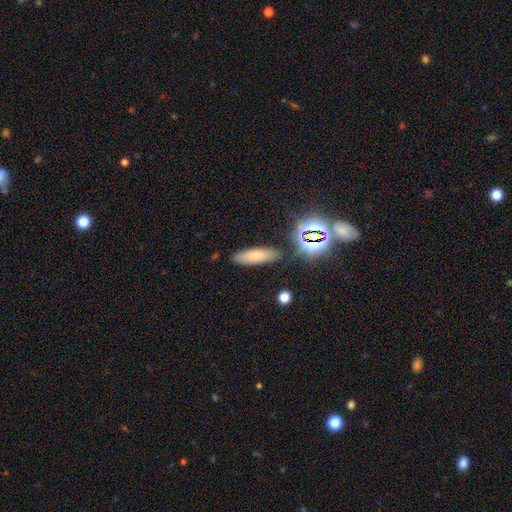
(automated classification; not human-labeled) smooth 70%, featured or disk 15%, star or artifact 15%. Down the decision tree: how rounded — cigar-shaped (51%); merging — none (85%).